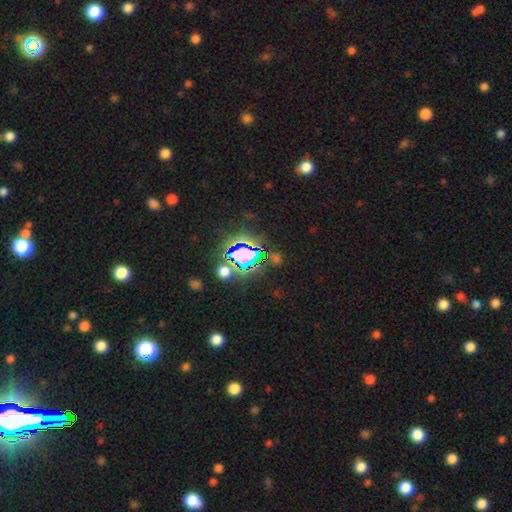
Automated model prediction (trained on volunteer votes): This appears to be a star or artifact, not a galaxy (81%).